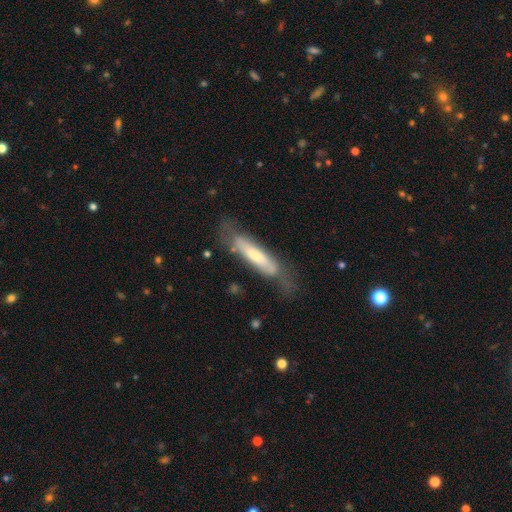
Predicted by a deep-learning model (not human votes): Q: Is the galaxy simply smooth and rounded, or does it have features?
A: smooth — 51%.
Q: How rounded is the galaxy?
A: cigar-shaped — 77%.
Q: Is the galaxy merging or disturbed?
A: none — 57%.